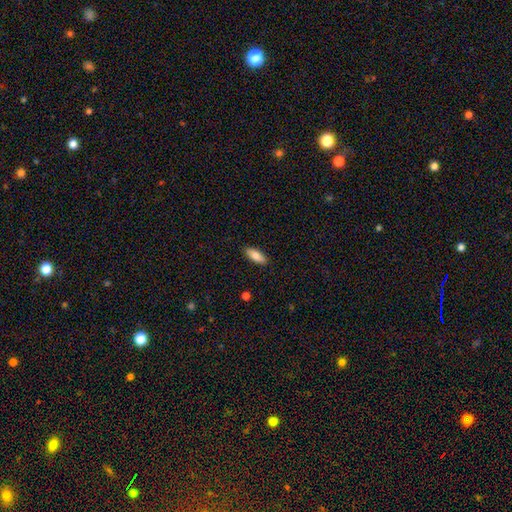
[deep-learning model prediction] Smooth or featured? Predicted: smooth (p=0.85). How rounded? Predicted: in between (p=0.72). Merging? Predicted: none (p=0.89).